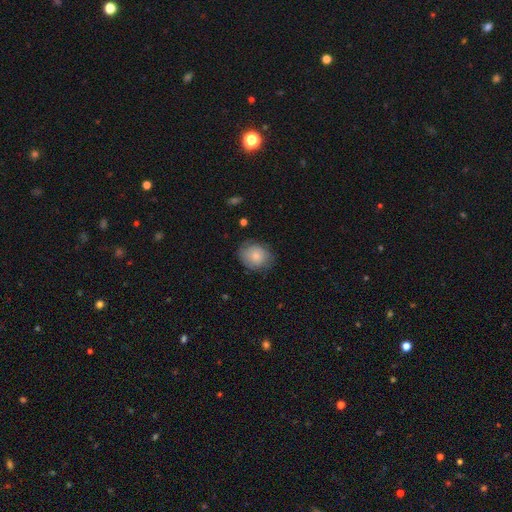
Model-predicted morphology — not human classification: Smooth or featured: smooth — 75% (featured or disk — 18%)
How rounded: round — 60% (in between — 39%)
Merging: none — 72% (minor disturbance — 21%)